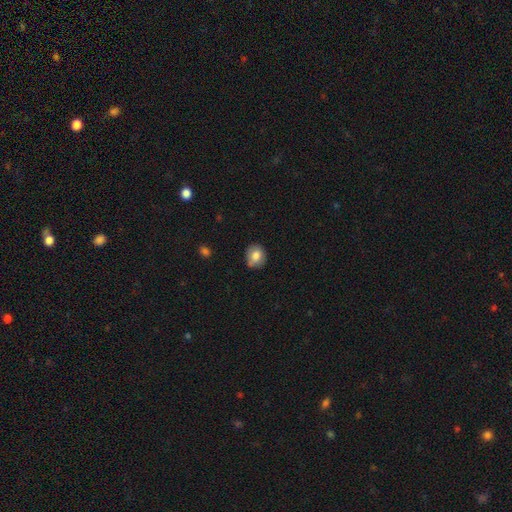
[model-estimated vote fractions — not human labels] A smooth galaxy with no disk features (79%) that is round (70%). Merging: none (76%).